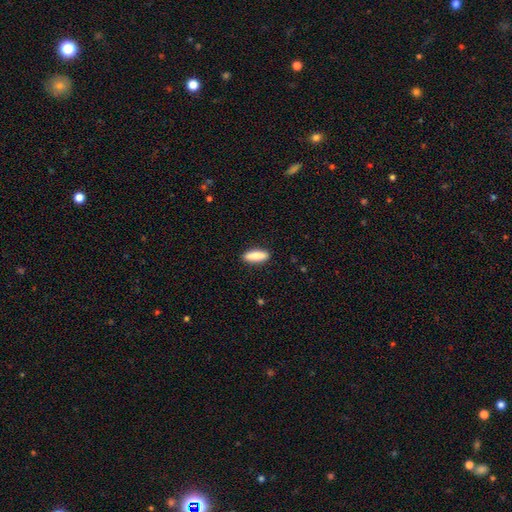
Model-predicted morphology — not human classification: Smooth or featured: smooth — 88% (star or artifact — 6%)
How rounded: in between — 59% (cigar-shaped — 39%)
Merging: none — 89% (minor disturbance — 8%)